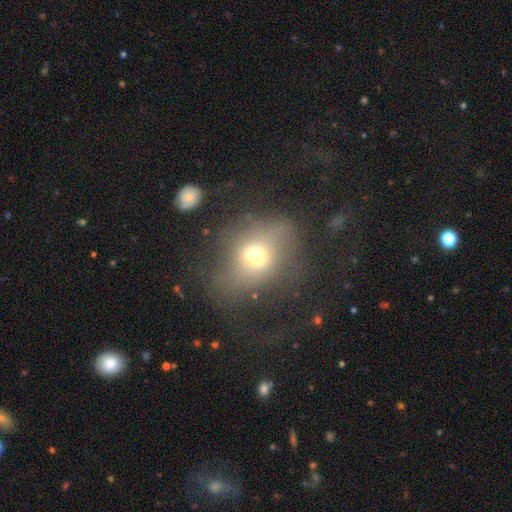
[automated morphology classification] This is possibly a smooth galaxy (56%). How rounded: possibly round (55%). Merging: possibly none (48%).